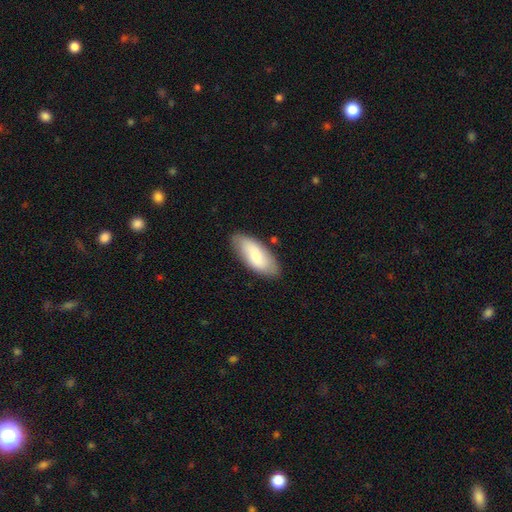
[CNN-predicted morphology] Q: Smooth or featured?
A: smooth (74%); runner-up: featured or disk (20%)
Q: How rounded?
A: in between (83%); runner-up: cigar-shaped (15%)
Q: Merging?
A: none (80%); runner-up: minor disturbance (15%)